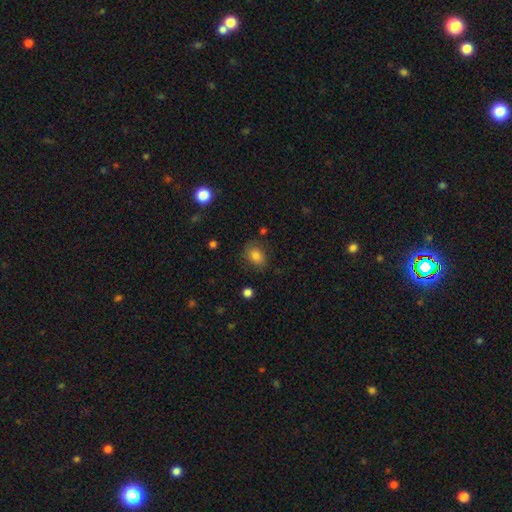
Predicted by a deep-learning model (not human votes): Smooth or featured? smooth (81%)
How rounded? in between (64%)
Merging? none (76%)